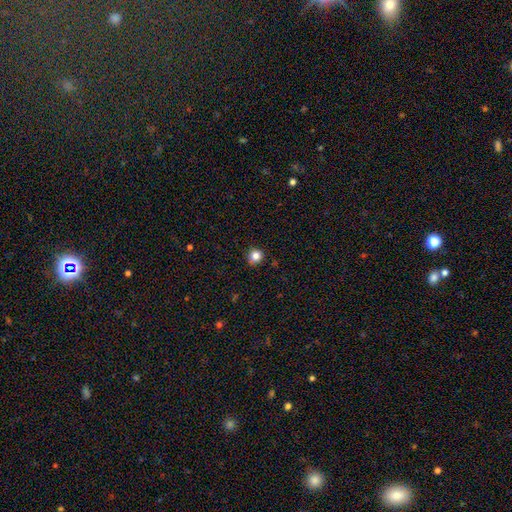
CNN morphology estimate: A smooth galaxy with no disk features (83%) that is round (88%). Merging: none (85%).